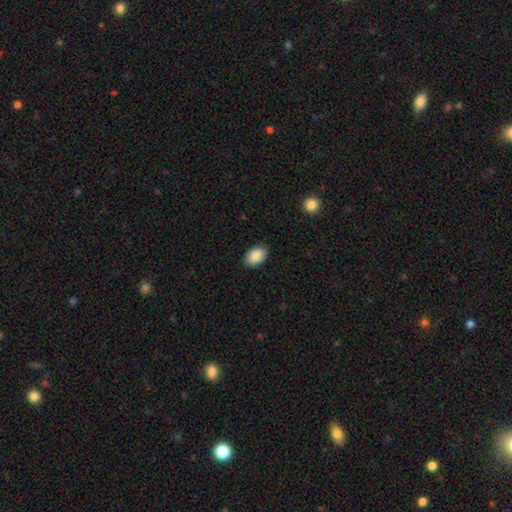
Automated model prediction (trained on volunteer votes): Smooth or featured? Predicted: smooth (p=0.89). How rounded? Predicted: in between (p=0.89). Merging? Predicted: none (p=0.89).